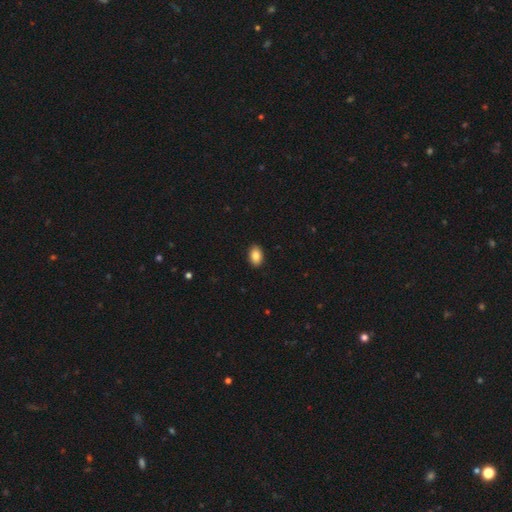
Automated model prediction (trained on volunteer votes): smooth_or_featured: smooth (p=0.86) [alt: star or artifact p=0.08]
how_rounded: in between (p=0.88) [alt: round p=0.11]
merging: none (p=0.91) [alt: minor disturbance p=0.07]